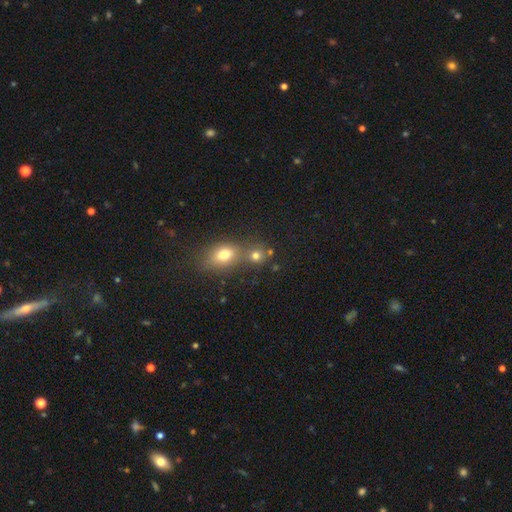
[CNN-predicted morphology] Smooth or featured?
  - smooth: 75% *
  - star or artifact: 16%
  - featured or disk: 10%
How rounded?
  - round: 75% *
  - in between: 24%
  - cigar-shaped: 1%
Merging?
  - none: 46% *
  - merger: 43%
  - minor disturbance: 7%
  - major disturbance: 4%